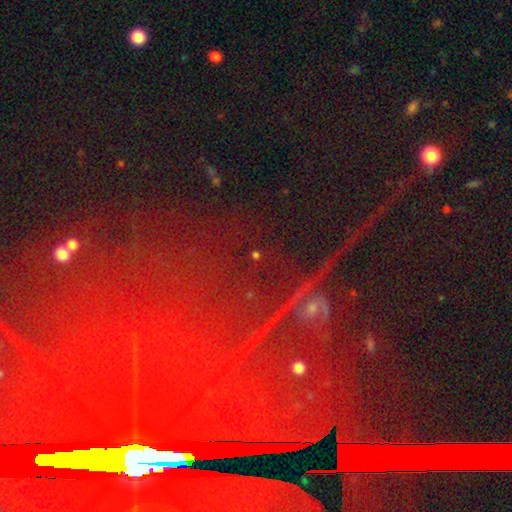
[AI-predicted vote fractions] smooth_or_featured: star or artifact (p=0.60) [alt: featured or disk p=0.23]